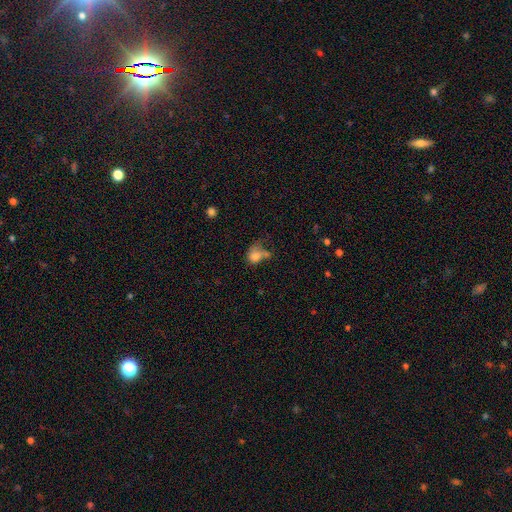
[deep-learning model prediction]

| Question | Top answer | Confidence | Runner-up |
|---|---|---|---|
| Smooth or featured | smooth | 75% | featured or disk (14%) |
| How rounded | in between | 57% | round (42%) |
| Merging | merger | 28% | none (26%) |